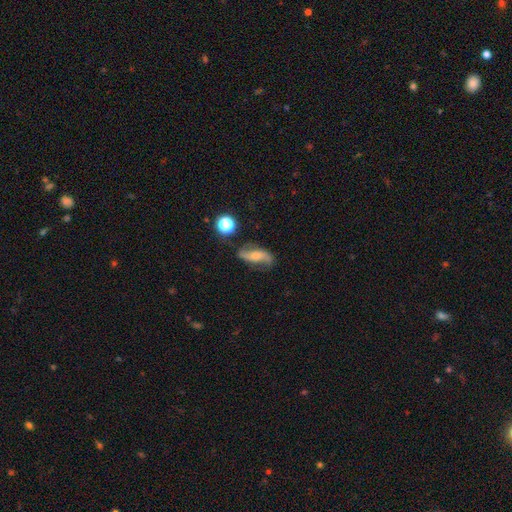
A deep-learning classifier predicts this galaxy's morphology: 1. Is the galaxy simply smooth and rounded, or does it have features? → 68% featured or disk, 22% smooth, 9% star or artifact.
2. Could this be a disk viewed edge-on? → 91% no, 9% yes.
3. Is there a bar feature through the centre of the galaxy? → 50% no, 32% weak, 18% strong.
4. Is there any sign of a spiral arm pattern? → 92% yes, 8% no.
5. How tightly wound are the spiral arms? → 75% loose, 19% medium, 7% tight.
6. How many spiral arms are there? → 90% 2, 4% can't tell, 3% 1, 1% 3, 1% 4, 1% more than 4.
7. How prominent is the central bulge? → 42% small, 40% moderate, 9% none, 6% large, 2% dominant.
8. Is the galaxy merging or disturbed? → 70% none, 19% minor disturbance, 8% major disturbance, 3% merger.